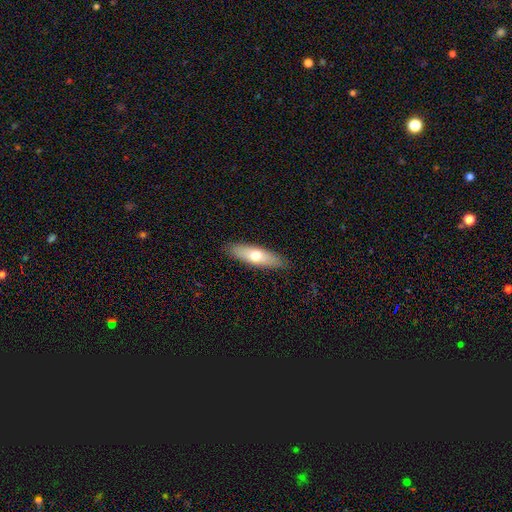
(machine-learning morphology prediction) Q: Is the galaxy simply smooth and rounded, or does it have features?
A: smooth — 62%.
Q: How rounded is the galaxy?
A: cigar-shaped — 57%.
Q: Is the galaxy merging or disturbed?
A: none — 88%.